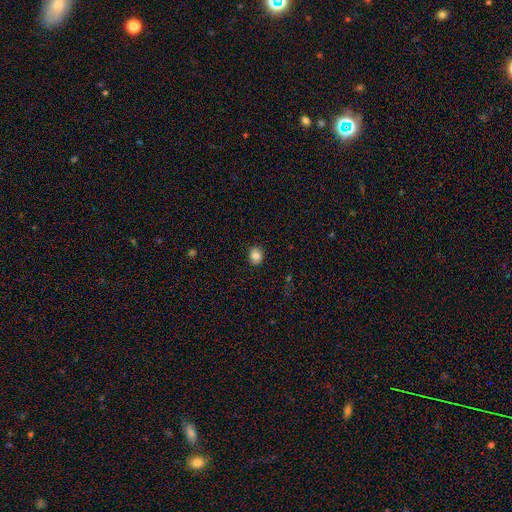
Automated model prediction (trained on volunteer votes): smooth_or_featured: smooth (p=0.83) [alt: star or artifact p=0.10]
how_rounded: round (p=0.61) [alt: in between p=0.38]
merging: none (p=0.84) [alt: minor disturbance p=0.12]